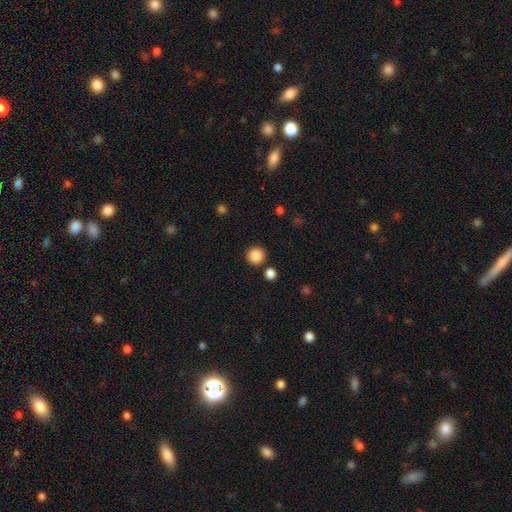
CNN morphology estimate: smooth-or-featured: smooth: 87% | star or artifact: 10% | featured or disk: 4%
  how-rounded: round: 95% | in between: 4% | cigar-shaped: 1%
  merging: none: 88% | minor disturbance: 6% | merger: 4% | major disturbance: 2%